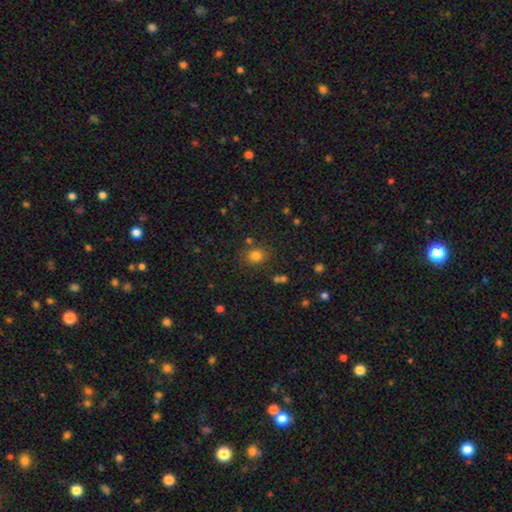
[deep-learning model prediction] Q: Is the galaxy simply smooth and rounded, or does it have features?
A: smooth — 79%.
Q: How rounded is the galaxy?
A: round — 70%.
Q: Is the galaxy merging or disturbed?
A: none — 79%.